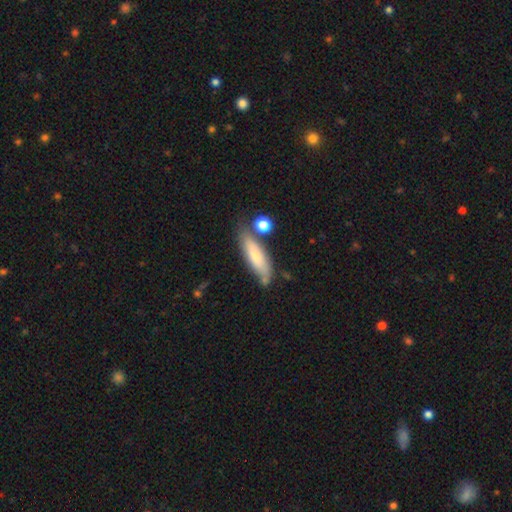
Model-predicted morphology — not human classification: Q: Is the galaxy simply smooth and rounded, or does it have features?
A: smooth — 68%.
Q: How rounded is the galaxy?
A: cigar-shaped — 58%.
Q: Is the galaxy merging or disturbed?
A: none — 63%.